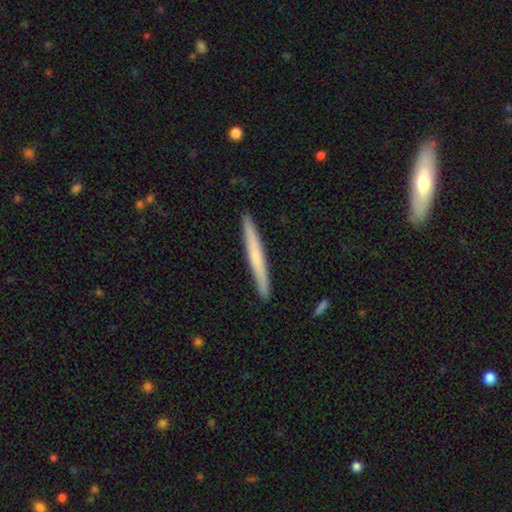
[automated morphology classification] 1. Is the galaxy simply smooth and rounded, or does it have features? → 54% smooth, 41% featured or disk, 5% star or artifact.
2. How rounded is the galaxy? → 97% cigar-shaped, 2% in between, 1% round.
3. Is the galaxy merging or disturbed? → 92% none, 6% minor disturbance, 1% major disturbance, 1% merger.